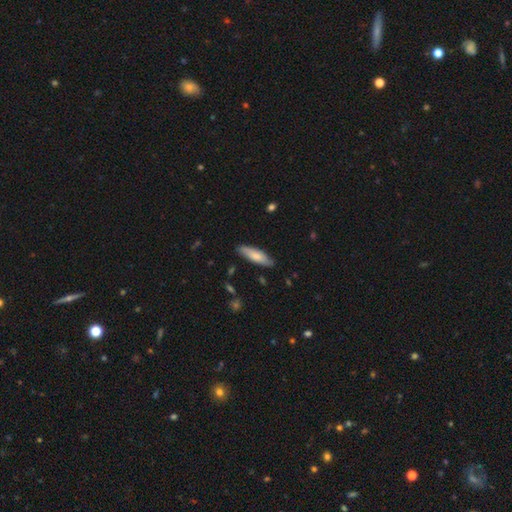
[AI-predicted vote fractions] Morphology: type=smooth (73%); roundness=cigar-shaped (56%); merging=none (85%).